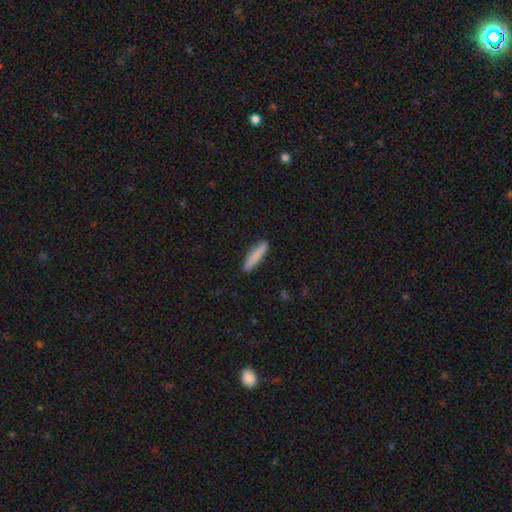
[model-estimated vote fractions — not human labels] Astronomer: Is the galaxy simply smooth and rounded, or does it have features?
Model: smooth — 81%.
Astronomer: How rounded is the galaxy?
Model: cigar-shaped — 86%.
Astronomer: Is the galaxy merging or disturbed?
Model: none — 89%.